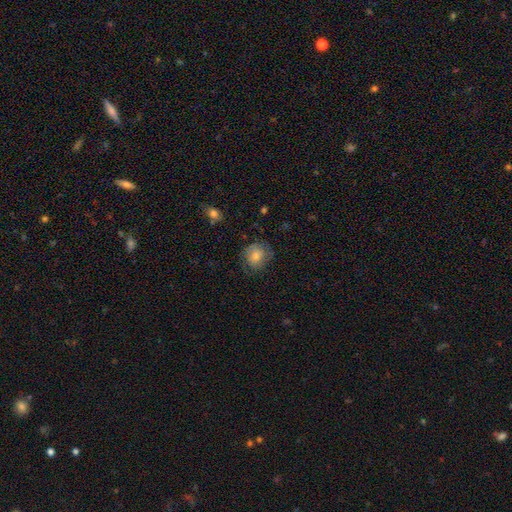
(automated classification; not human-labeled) Smooth or featured? smooth (63%)
How rounded? round (80%)
Merging? none (74%)